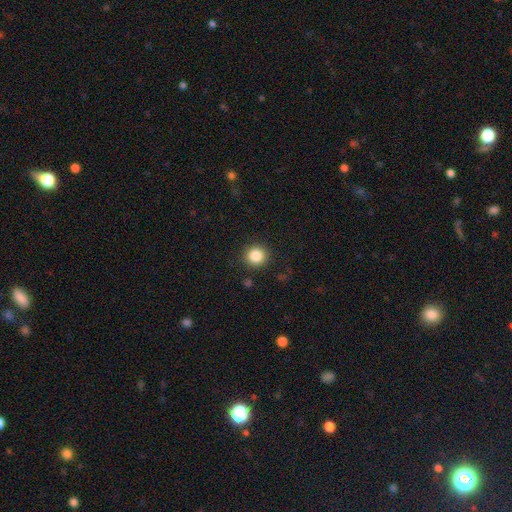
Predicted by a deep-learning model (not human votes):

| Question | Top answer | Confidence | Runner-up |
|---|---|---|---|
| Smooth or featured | smooth | 85% | star or artifact (10%) |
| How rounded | round | 93% | in between (6%) |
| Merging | none | 90% | minor disturbance (7%) |